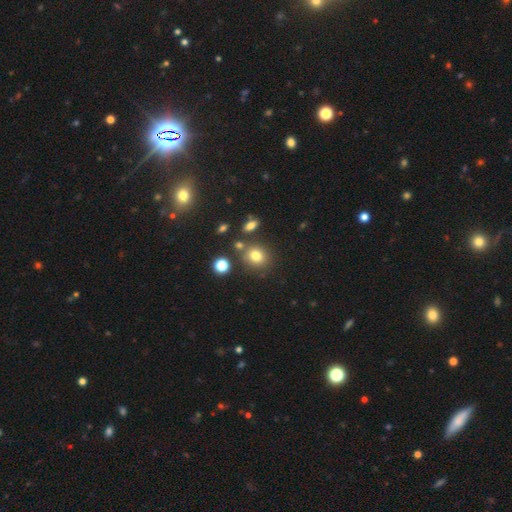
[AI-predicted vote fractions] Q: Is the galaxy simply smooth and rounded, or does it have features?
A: smooth — 78%.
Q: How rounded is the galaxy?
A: round — 74%.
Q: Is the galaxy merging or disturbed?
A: none — 75%.